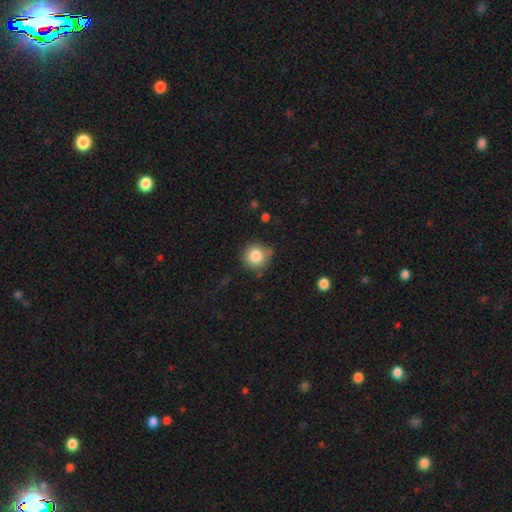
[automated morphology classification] Overall: smooth (83%). How rounded: round (92%). Merging: none (73%).